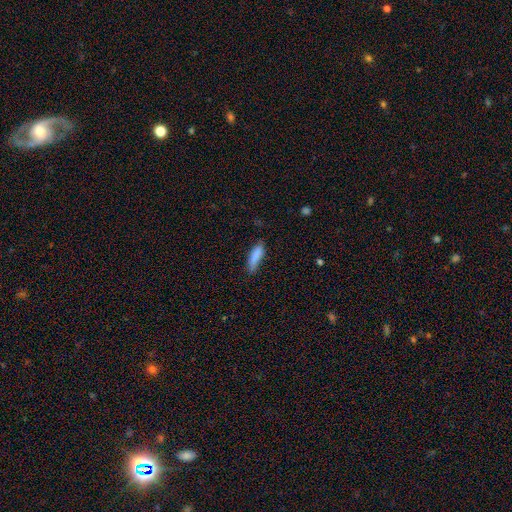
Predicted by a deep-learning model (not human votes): Overall: smooth (85%). How rounded: cigar-shaped (56%; in between 42%). Merging: none (63%; minor disturbance 29%).